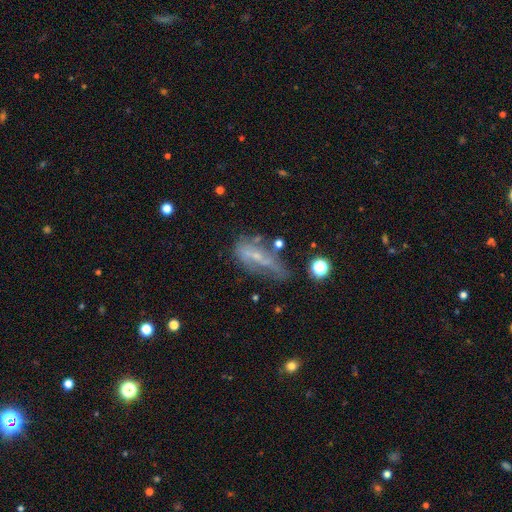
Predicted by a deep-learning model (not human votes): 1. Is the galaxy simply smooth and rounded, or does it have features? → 53% featured or disk, 34% smooth, 13% star or artifact.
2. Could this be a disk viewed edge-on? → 68% no, 32% yes.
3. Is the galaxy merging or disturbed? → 38% none, 29% minor disturbance, 25% major disturbance, 8% merger.